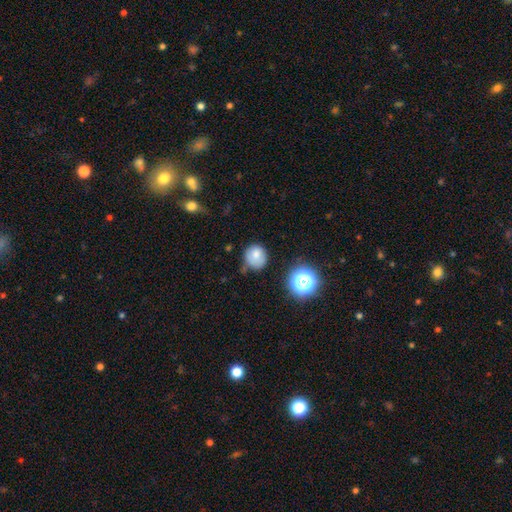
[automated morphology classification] Q: Smooth or featured?
A: smooth (75%); runner-up: star or artifact (13%)
Q: How rounded?
A: round (83%); runner-up: in between (16%)
Q: Merging?
A: none (60%); runner-up: minor disturbance (28%)